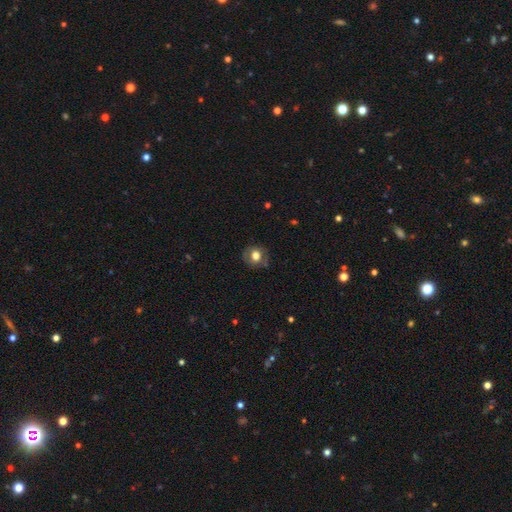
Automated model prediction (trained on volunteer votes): Morphology: type=smooth (63%); roundness=round (80%); merging=none (78%).